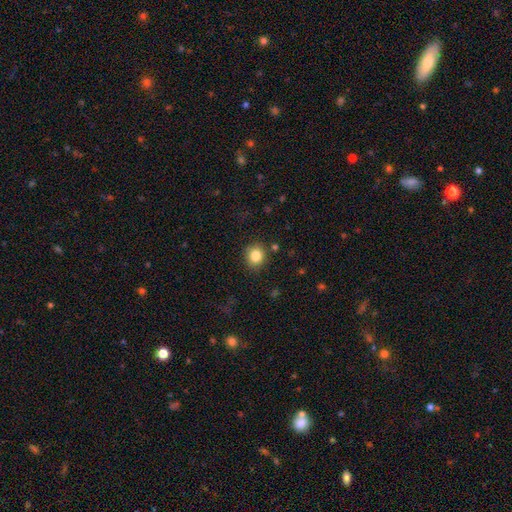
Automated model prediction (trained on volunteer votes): Morphology: type=smooth (84%); roundness=round (79%); merging=none (87%).